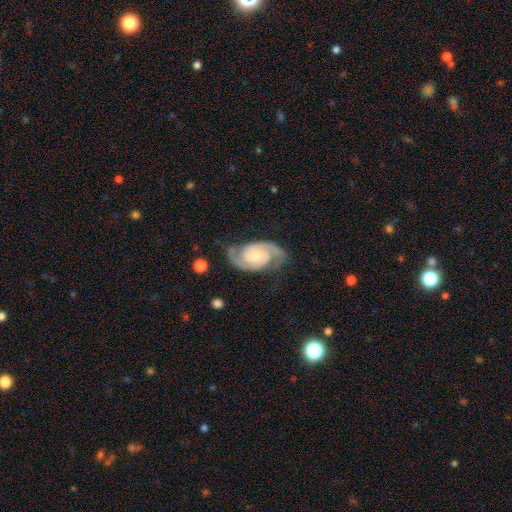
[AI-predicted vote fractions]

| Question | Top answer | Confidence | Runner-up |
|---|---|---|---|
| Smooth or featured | featured or disk | 92% | smooth (4%) |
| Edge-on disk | no | 98% | yes (2%) |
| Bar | no | 58% | weak (34%) |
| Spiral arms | yes | 98% | no (2%) |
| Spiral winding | tight | 47% | medium (45%) |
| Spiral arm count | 2 | 93% | can't tell (2%) |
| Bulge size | moderate | 47% | small (40%) |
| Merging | none | 79% | minor disturbance (15%) |